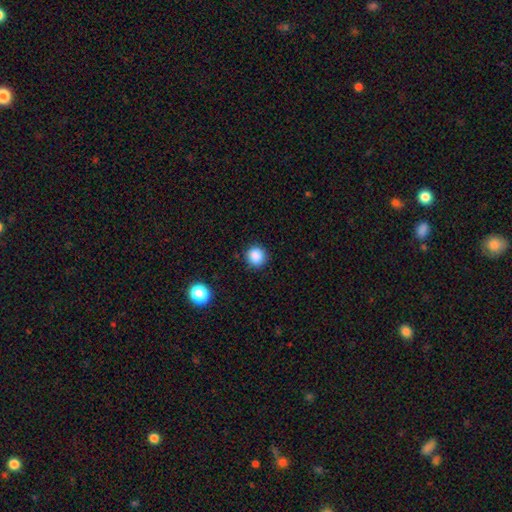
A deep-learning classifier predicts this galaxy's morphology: smooth-or-featured: smooth: 86% | star or artifact: 11% | featured or disk: 3%
  how-rounded: round: 92% | in between: 7% | cigar-shaped: 1%
  merging: none: 89% | minor disturbance: 7% | major disturbance: 2% | merger: 1%